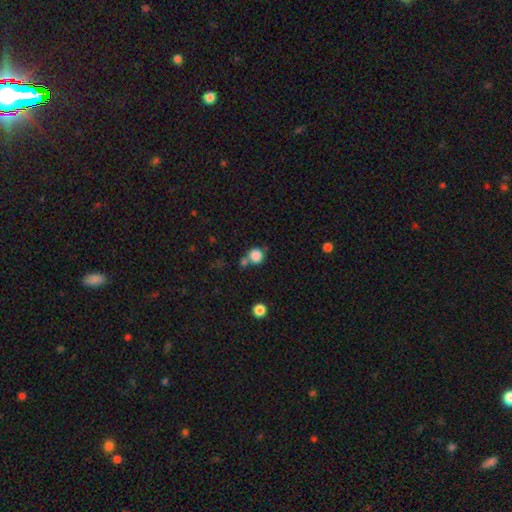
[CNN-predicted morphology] smooth-or-featured: smooth: 84% | star or artifact: 10% | featured or disk: 6%
  how-rounded: round: 89% | in between: 10% | cigar-shaped: 1%
  merging: none: 57% | merger: 26% | minor disturbance: 12% | major disturbance: 5%